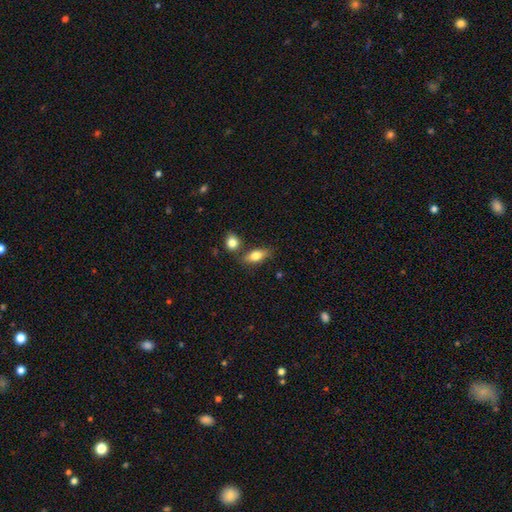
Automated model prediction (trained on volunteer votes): Morphology: type=smooth (79%); roundness=in between (81%); merging=none (69%).